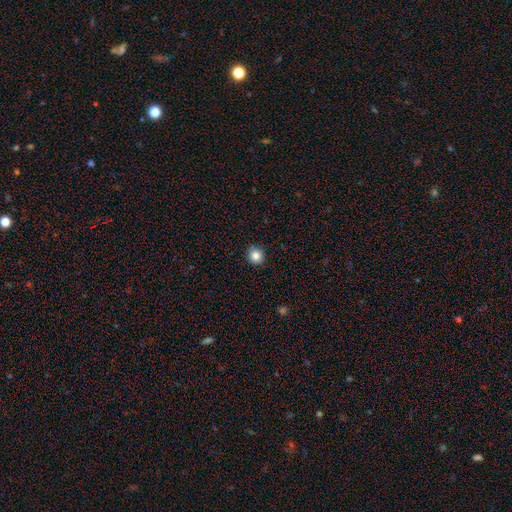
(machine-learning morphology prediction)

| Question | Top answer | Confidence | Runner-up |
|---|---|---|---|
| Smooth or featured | smooth | 85% | star or artifact (10%) |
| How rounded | round | 92% | in between (7%) |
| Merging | none | 92% | minor disturbance (6%) |